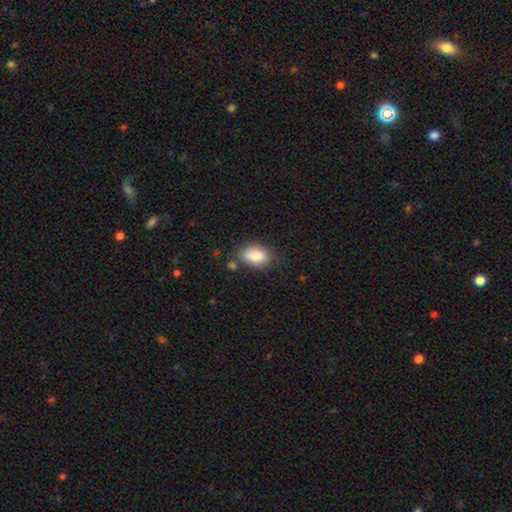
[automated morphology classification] smooth_or_featured: smooth (p=0.83) [alt: featured or disk p=0.10]
how_rounded: in between (p=0.85) [alt: round p=0.13]
merging: none (p=0.64) [alt: minor disturbance p=0.22]